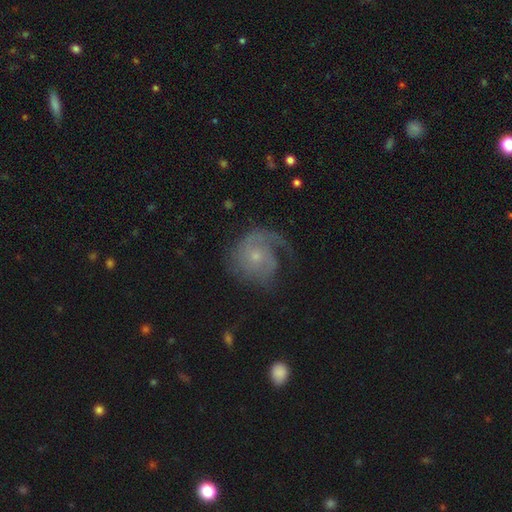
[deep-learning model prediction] smooth_or_featured: featured or disk (p=0.74) [alt: smooth p=0.18]
disk_edge_on: no (p=0.98) [alt: yes p=0.02]
bar: no (p=0.77) [alt: weak p=0.20]
has_spiral_arms: yes (p=0.92) [alt: no p=0.08]
spiral_winding: tight (p=0.38) [tied with: medium p=0.38]
spiral_arm_count: 1 (p=0.56) [alt: 2 p=0.19]
bulge_size: small (p=0.72) [alt: moderate p=0.22]
merging: none (p=0.51) [alt: major disturbance p=0.27]